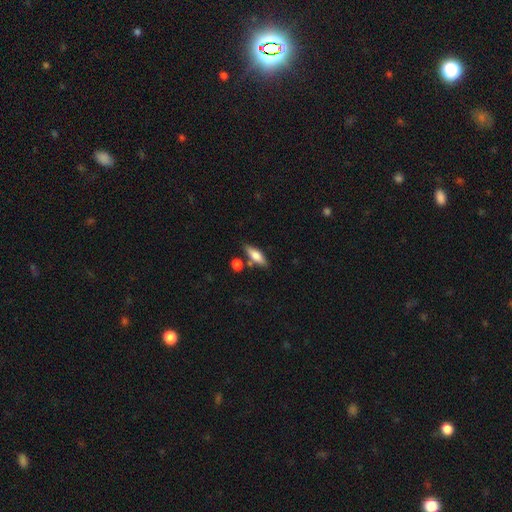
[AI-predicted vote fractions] This is likely a smooth galaxy (70%). How rounded: possibly in between (56%). Merging: likely none (73%).